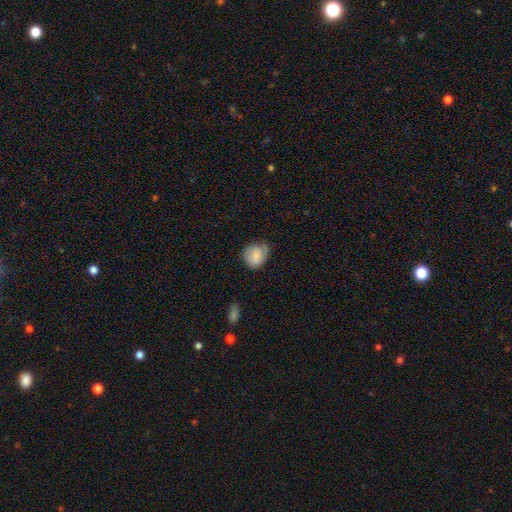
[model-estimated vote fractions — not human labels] Q: Smooth or featured?
A: smooth (74%); runner-up: featured or disk (19%)
Q: How rounded?
A: round (64%); runner-up: in between (35%)
Q: Merging?
A: none (53%); runner-up: minor disturbance (35%)